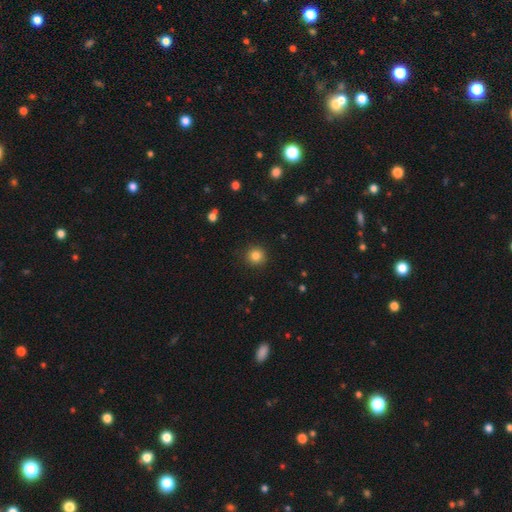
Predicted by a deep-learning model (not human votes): Overall: smooth (84%). How rounded: round (93%). Merging: none (90%).